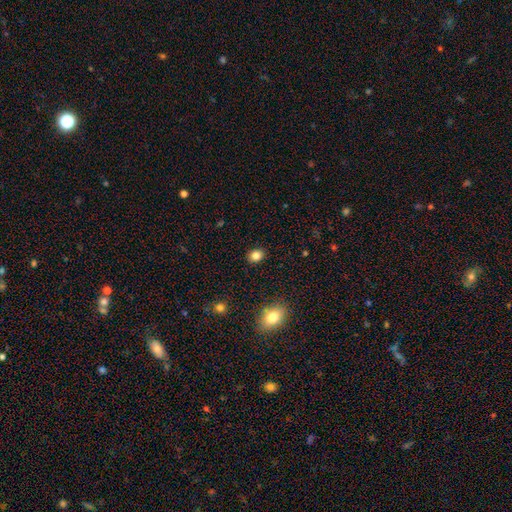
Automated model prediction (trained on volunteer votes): A smooth galaxy with no disk features (84%) that is round (54%). Merging: none (90%).